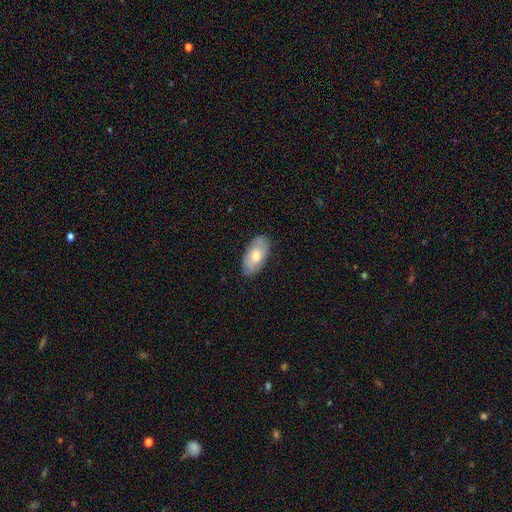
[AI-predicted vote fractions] The model was most divided on "smooth or featured": smooth: 68%, featured or disk: 26%, star or artifact: 6%. More confident: how rounded — in between (94%); merging — none (84%).